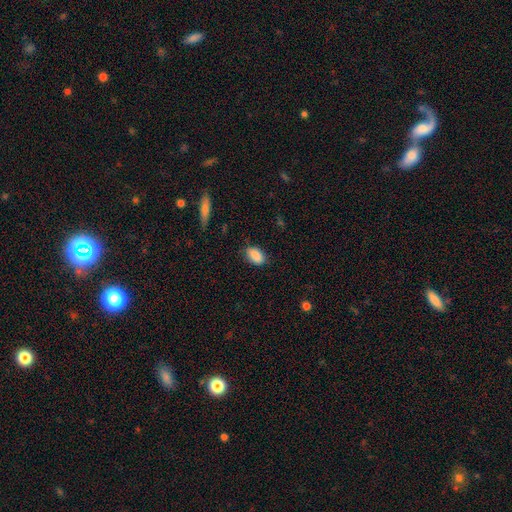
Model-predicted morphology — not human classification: Smooth or featured? smooth (89%)
How rounded? in between (91%)
Merging? none (79%)